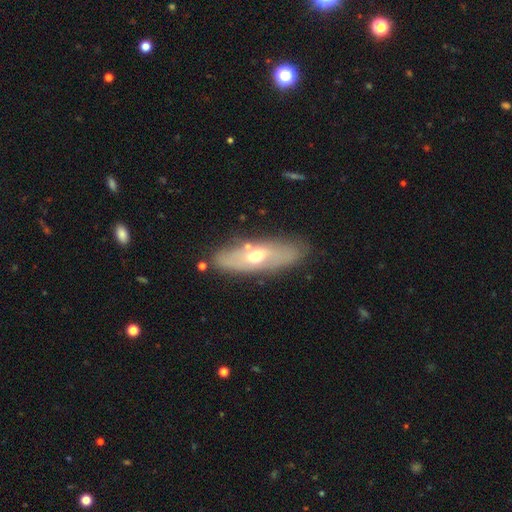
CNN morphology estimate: featured or disk 52%, smooth 41%, star or artifact 6%. Down the decision tree: edge-on disk — no (71%); merging — none (77%).